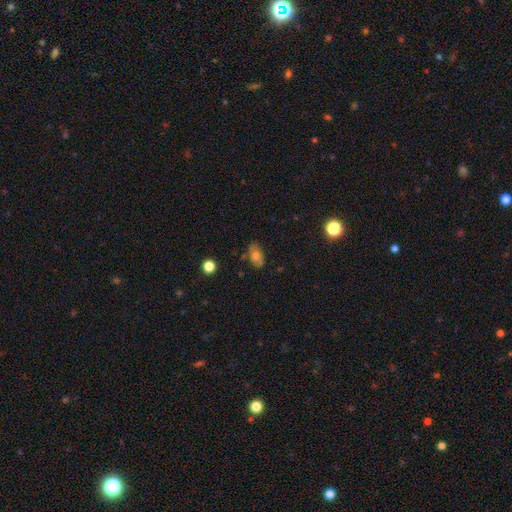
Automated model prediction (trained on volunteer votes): Q: Smooth or featured?
A: smooth (68%); runner-up: featured or disk (21%)
Q: How rounded?
A: in between (90%); runner-up: round (8%)
Q: Merging?
A: none (71%); runner-up: minor disturbance (21%)